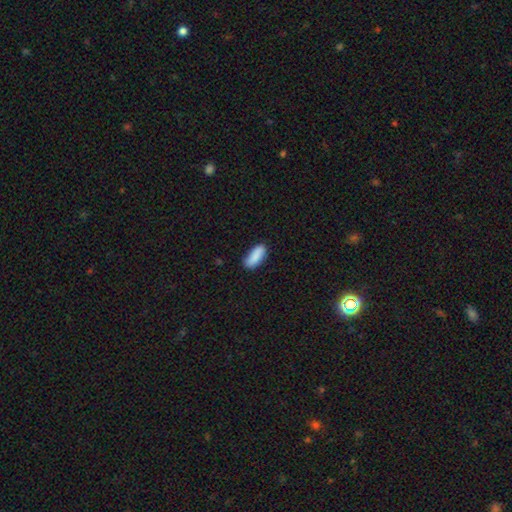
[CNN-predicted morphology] smooth 88%, featured or disk 6%, star or artifact 6%. Down the decision tree: how rounded — in between (75%); merging — none (80%).